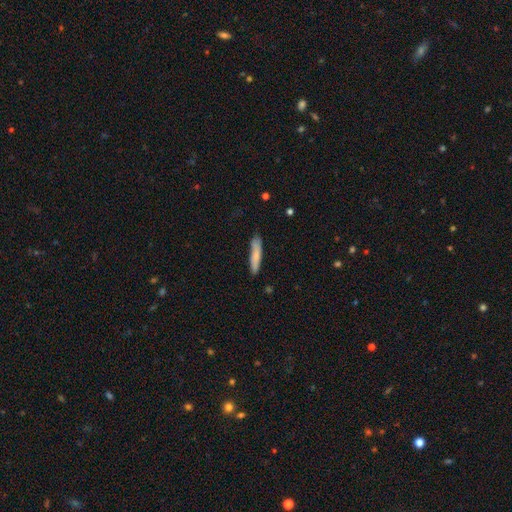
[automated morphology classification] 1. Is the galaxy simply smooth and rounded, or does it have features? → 77% smooth, 17% featured or disk, 6% star or artifact.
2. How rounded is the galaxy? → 88% cigar-shaped, 10% in between, 1% round.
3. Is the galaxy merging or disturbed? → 82% none, 14% minor disturbance, 2% major disturbance, 2% merger.